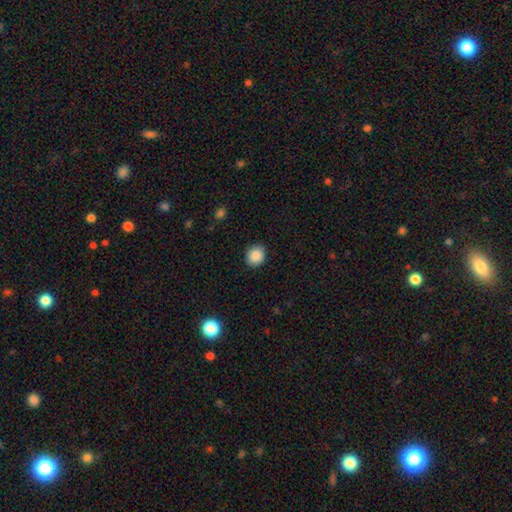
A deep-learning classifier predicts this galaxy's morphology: A smooth galaxy with no disk features (88%) that is round (72%).

Vote fractions:
- Smooth or featured? smooth: 88% / star or artifact: 8% / featured or disk: 4%
- How rounded? round: 72% / in between: 27% / cigar-shaped: 1%
- Merging? none: 90% / minor disturbance: 7% / major disturbance: 2% / merger: 1%